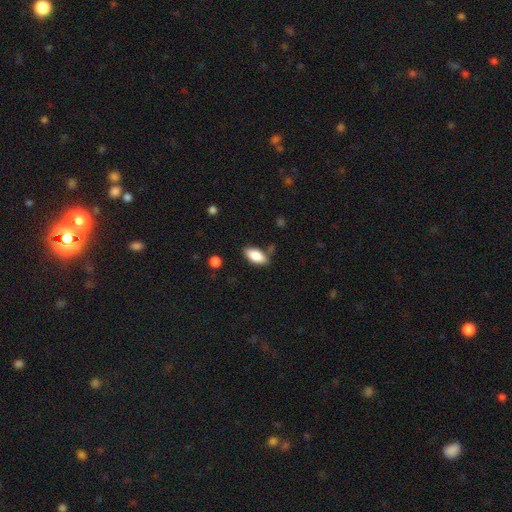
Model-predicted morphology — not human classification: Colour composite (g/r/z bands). It shows a smooth galaxy with no disk features (84%) that is in between round and cigar-shaped (90%). Merging: none (79%).